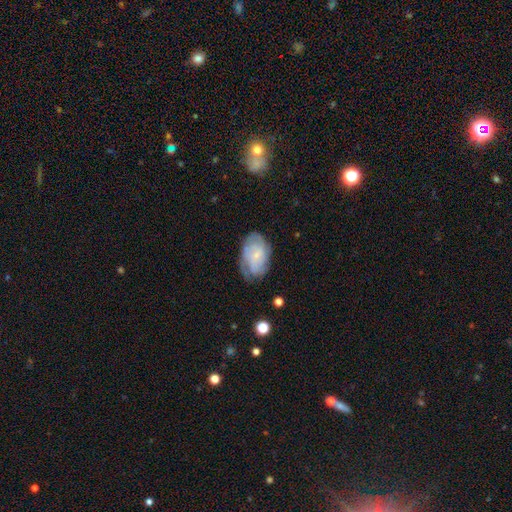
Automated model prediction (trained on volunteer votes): smooth-or-featured: featured or disk: 57% | smooth: 35% | star or artifact: 8%
  disk-edge-on: no: 96% | yes: 4%
    bar: no: 70% | weak: 25% | strong: 4%
    has-spiral-arms: yes: 80% | no: 20%
    bulge-size: small: 74% | moderate: 14% | none: 9% | large: 1% | dominant: 1%
  merging: none: 58% | minor disturbance: 28% | major disturbance: 12% | merger: 2%